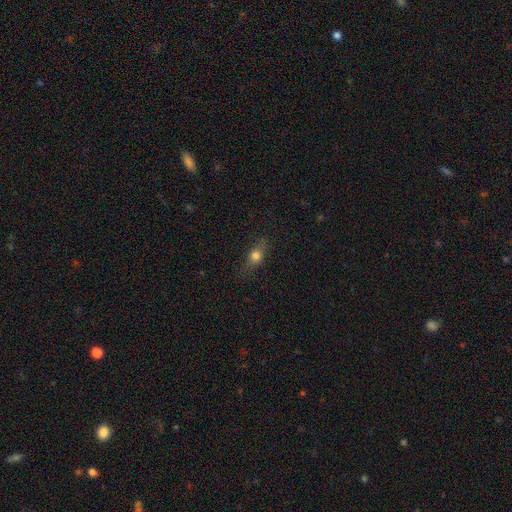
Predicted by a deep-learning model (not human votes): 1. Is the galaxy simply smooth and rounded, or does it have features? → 65% smooth, 22% featured or disk, 13% star or artifact.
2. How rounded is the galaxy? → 52% in between, 31% round, 18% cigar-shaped.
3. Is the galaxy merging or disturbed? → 75% none, 18% minor disturbance, 6% major disturbance, 1% merger.